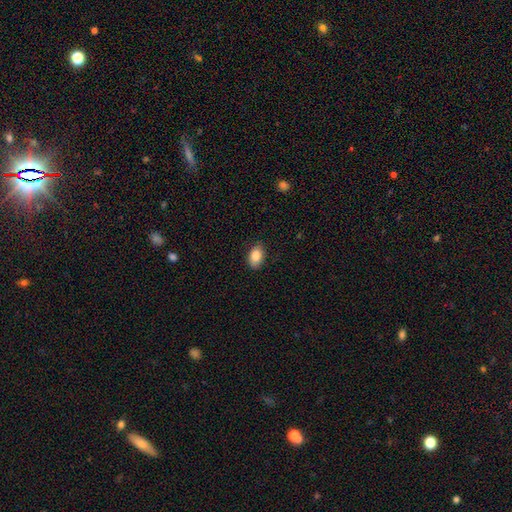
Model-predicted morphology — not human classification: smooth_or_featured: smooth (p=0.86) [alt: star or artifact p=0.08]
how_rounded: in between (p=0.88) [alt: round p=0.10]
merging: none (p=0.87) [alt: minor disturbance p=0.10]